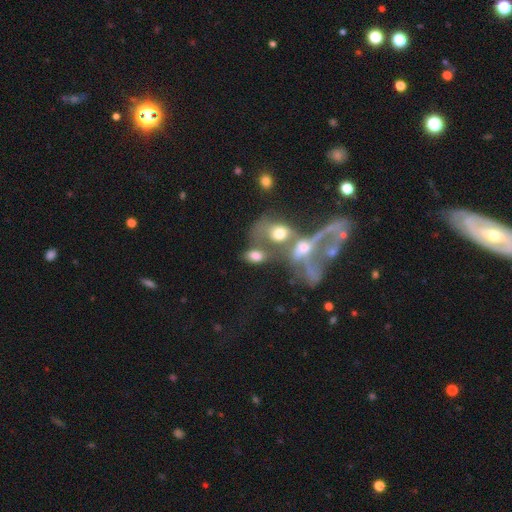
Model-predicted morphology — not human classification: smooth 61%, featured or disk 26%, star or artifact 13%. Down the decision tree: how rounded — in between (82%); merging — merger (52%).